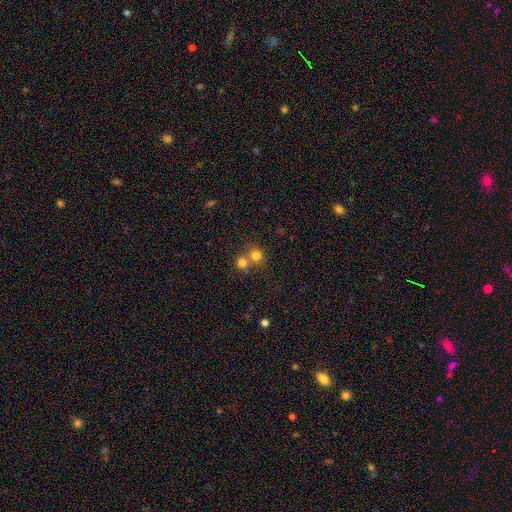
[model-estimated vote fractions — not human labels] The model was most divided on "merging": none: 47%, merger: 45%, minor disturbance: 5%, major disturbance: 2%. More confident: how rounded — round (87%); smooth or featured — smooth (77%).